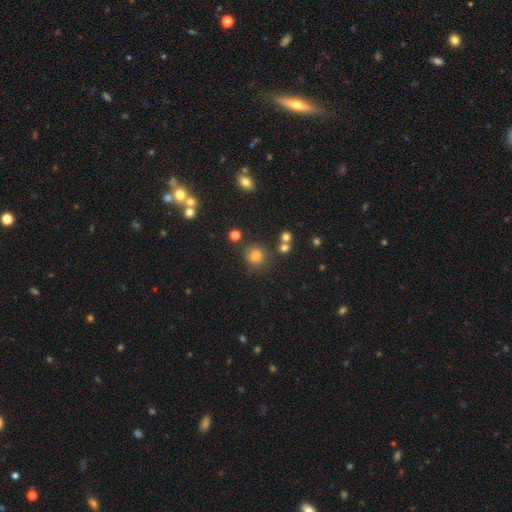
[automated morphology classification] smooth-or-featured: smooth: 78% | star or artifact: 15% | featured or disk: 7%
  how-rounded: round: 84% | in between: 15% | cigar-shaped: 1%
  merging: none: 78% | minor disturbance: 11% | merger: 7% | major disturbance: 4%